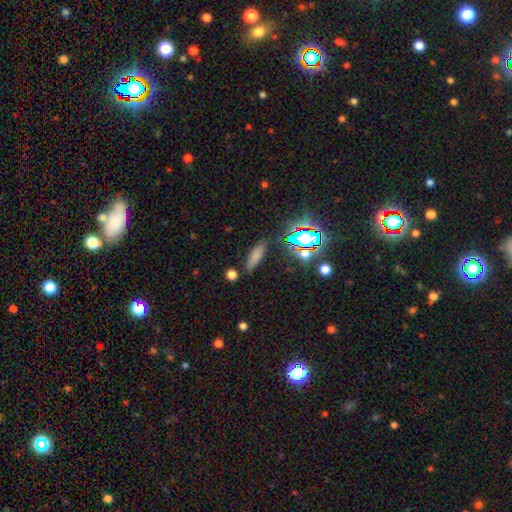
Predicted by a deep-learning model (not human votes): Smooth or featured: smooth — 72% (star or artifact — 17%)
How rounded: cigar-shaped — 53% (in between — 43%)
Merging: none — 80% (minor disturbance — 13%)